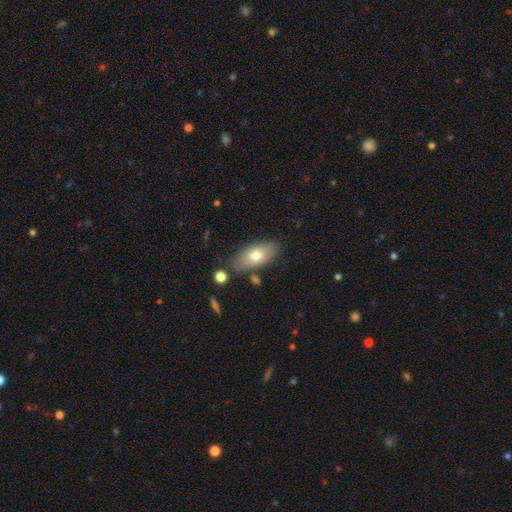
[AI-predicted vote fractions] smooth_or_featured: smooth (p=0.71) [alt: featured or disk p=0.22]
how_rounded: in between (p=0.88) [alt: cigar-shaped p=0.08]
merging: none (p=0.76) [alt: minor disturbance p=0.15]